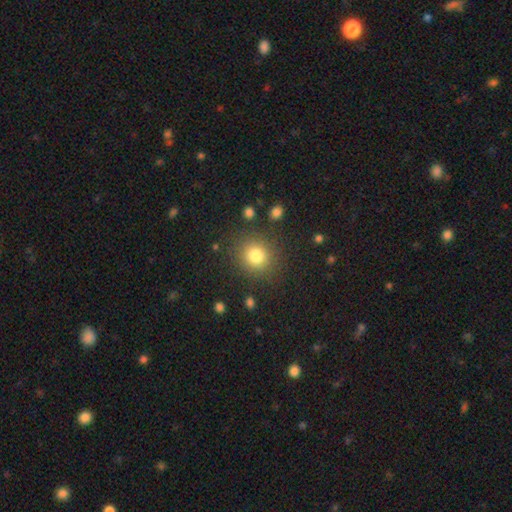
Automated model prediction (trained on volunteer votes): smooth_or_featured: smooth (p=0.80) [alt: star or artifact p=0.12]
how_rounded: round (p=0.88) [alt: in between p=0.11]
merging: none (p=0.86) [alt: minor disturbance p=0.08]